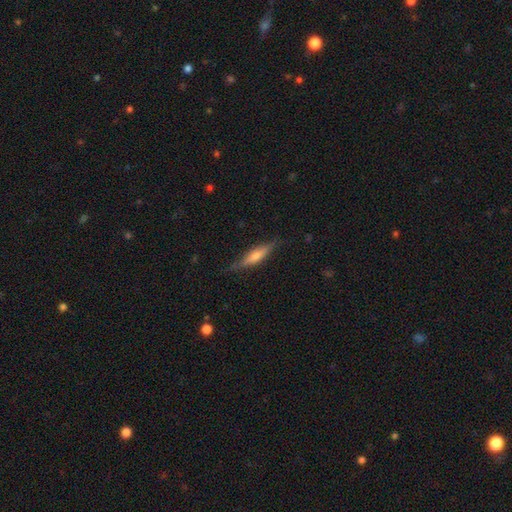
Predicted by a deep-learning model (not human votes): This is possibly a featured or disk galaxy (51%). It is clearly viewed edge-on (93%). Merging: likely none (79%).